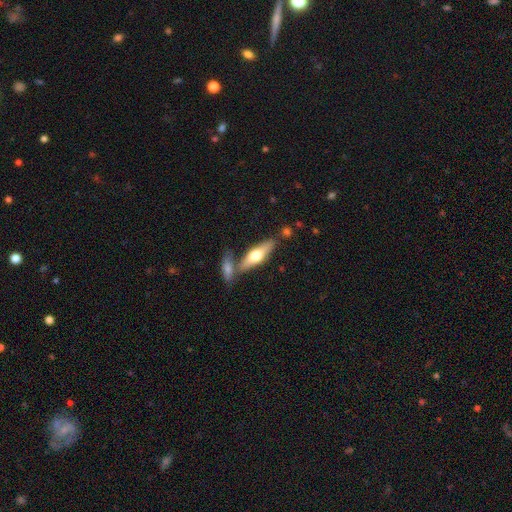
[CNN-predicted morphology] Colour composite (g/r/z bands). It shows a smooth galaxy with no disk features (48%). Merging: none (63%).